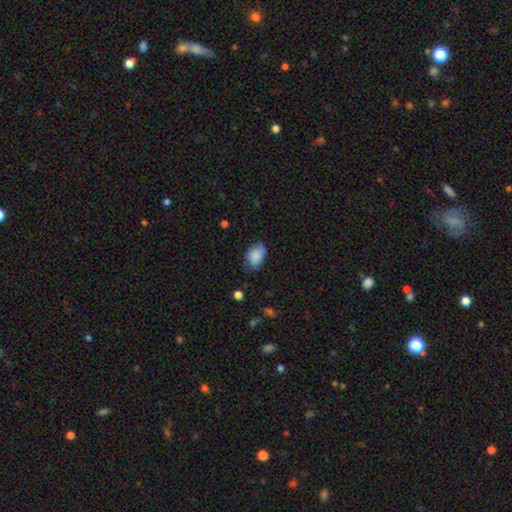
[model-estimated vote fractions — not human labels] Q: Smooth or featured?
A: smooth (80%); runner-up: featured or disk (12%)
Q: How rounded?
A: in between (86%); runner-up: round (12%)
Q: Merging?
A: none (60%); runner-up: minor disturbance (31%)